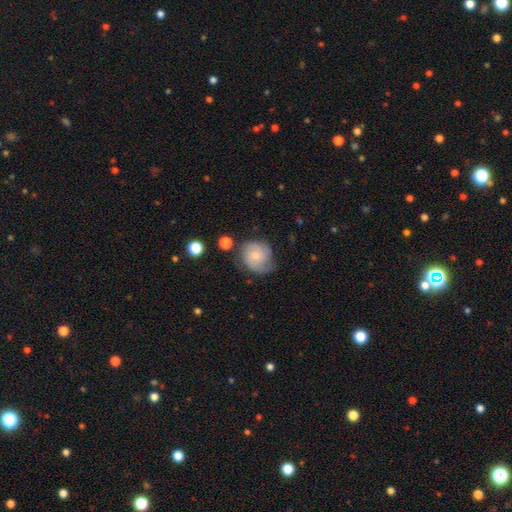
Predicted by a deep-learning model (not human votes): Smooth or featured: smooth — 47% (featured or disk — 45%)
Merging: none — 60% (minor disturbance — 26%)